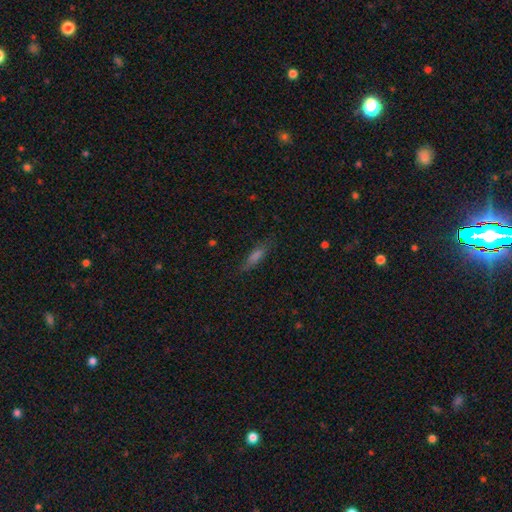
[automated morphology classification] Q: Smooth or featured?
A: smooth (56%); runner-up: featured or disk (26%)
Q: How rounded?
A: cigar-shaped (65%); runner-up: in between (32%)
Q: Merging?
A: none (75%); runner-up: minor disturbance (17%)